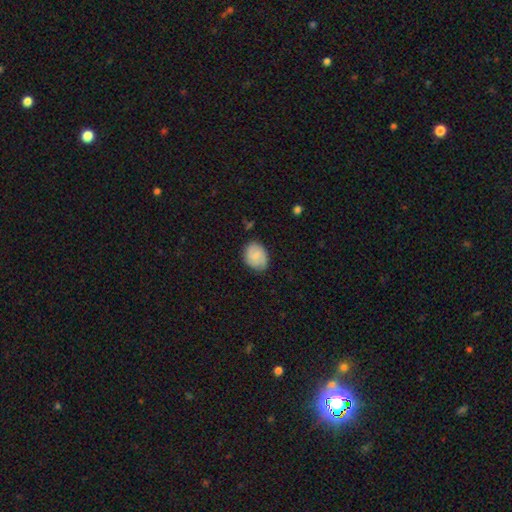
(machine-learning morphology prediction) Smooth or featured? smooth (70%)
How rounded? in between (54%)
Merging? none (77%)